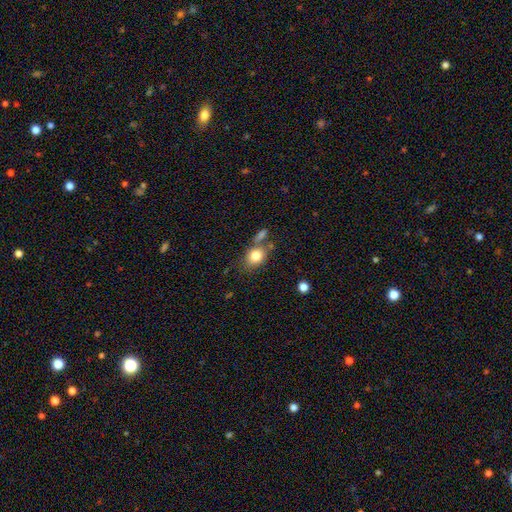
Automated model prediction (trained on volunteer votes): smooth_or_featured: smooth (p=0.81) [alt: featured or disk p=0.10]
how_rounded: in between (p=0.55) [alt: round p=0.44]
merging: none (p=0.57) [alt: merger p=0.20]